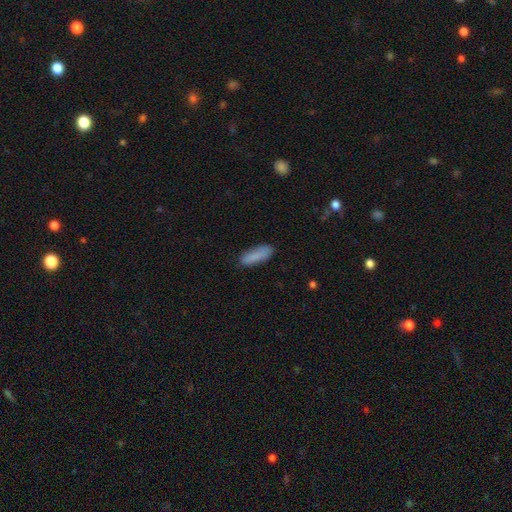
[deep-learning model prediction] A smooth galaxy with no disk features (86%) that is in between round and cigar-shaped (50%).

Vote fractions:
- Smooth or featured? smooth: 86% / featured or disk: 7% / star or artifact: 7%
- How rounded? in between: 50% / cigar-shaped: 49% / round: 2%
- Merging? none: 80% / minor disturbance: 15% / major disturbance: 3% / merger: 2%